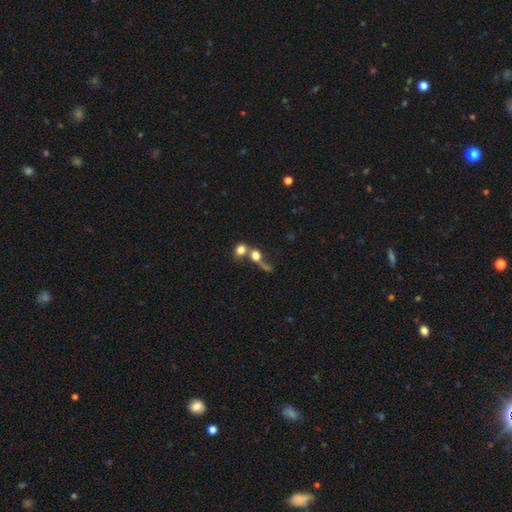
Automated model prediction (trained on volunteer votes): The model was most divided on "merging": merger: 52%, none: 26%, major disturbance: 14%, minor disturbance: 8%. More confident: how rounded — round (72%); smooth or featured — smooth (67%).